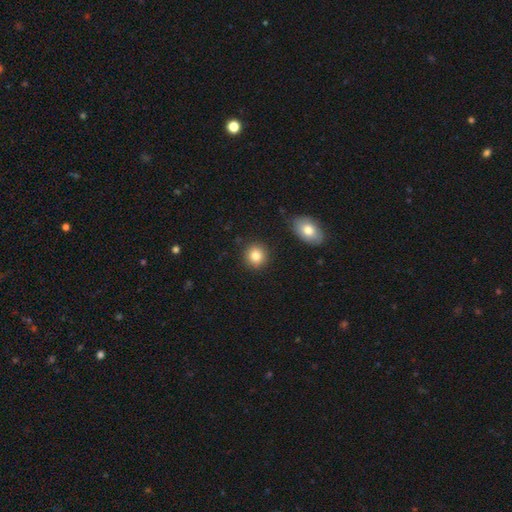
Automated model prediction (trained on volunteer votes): Smooth or featured? smooth (82%)
How rounded? round (87%)
Merging? none (88%)